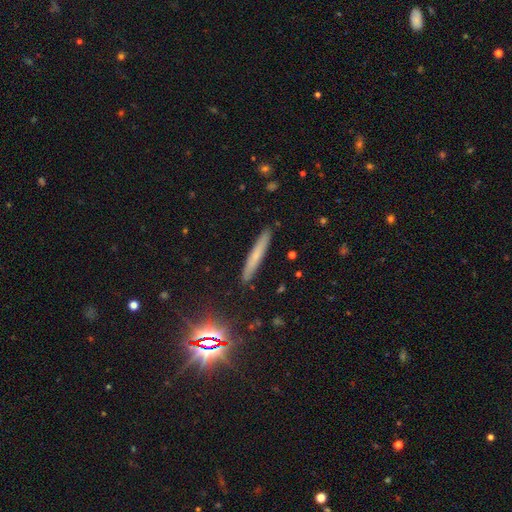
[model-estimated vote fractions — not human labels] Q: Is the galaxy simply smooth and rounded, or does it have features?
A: smooth — 60%.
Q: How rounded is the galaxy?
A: cigar-shaped — 95%.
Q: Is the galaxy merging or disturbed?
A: none — 90%.